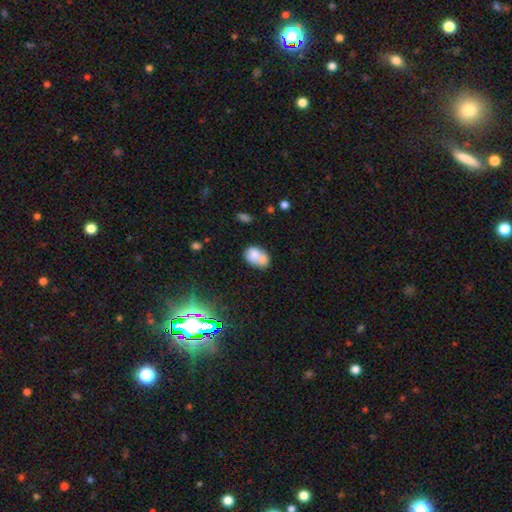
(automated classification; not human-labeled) smooth-or-featured: smooth: 73% | featured or disk: 17% | star or artifact: 10%
  how-rounded: in between: 75% | round: 24% | cigar-shaped: 1%
  merging: merger: 43% | none: 33% | minor disturbance: 17% | major disturbance: 7%